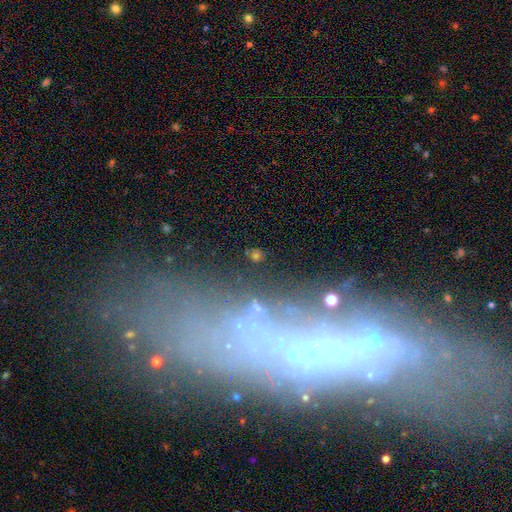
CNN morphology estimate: A smooth galaxy with no disk features (49%). Merging: none (76%).